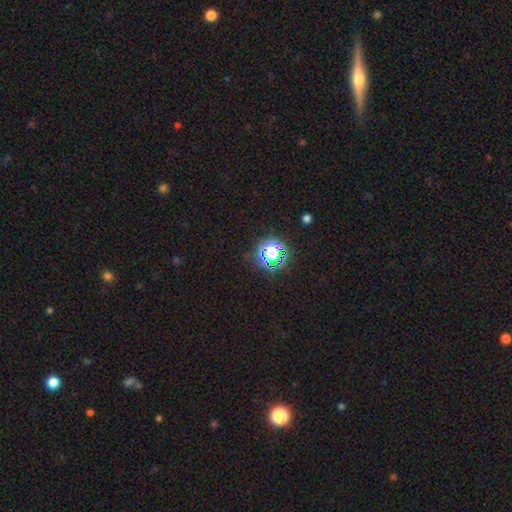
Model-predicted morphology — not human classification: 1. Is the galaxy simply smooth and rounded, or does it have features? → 76% star or artifact, 17% smooth, 7% featured or disk.